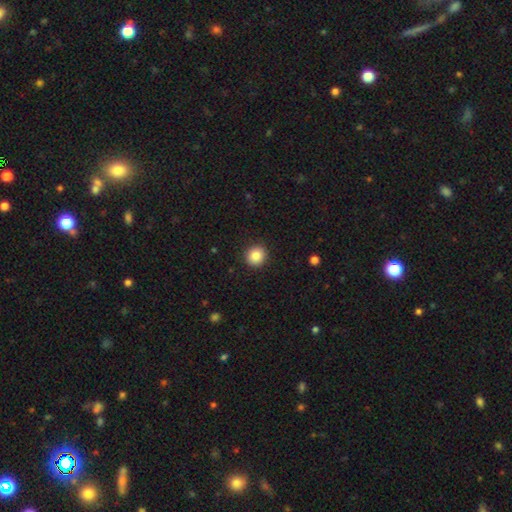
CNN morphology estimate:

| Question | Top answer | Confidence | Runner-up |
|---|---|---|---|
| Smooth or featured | smooth | 86% | star or artifact (9%) |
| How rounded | round | 89% | in between (10%) |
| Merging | none | 91% | minor disturbance (6%) |